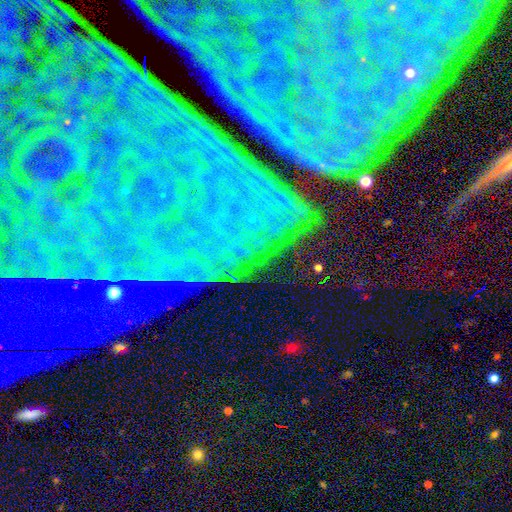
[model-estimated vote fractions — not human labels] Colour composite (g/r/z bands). It shows a star or artifact, not a galaxy (79%).